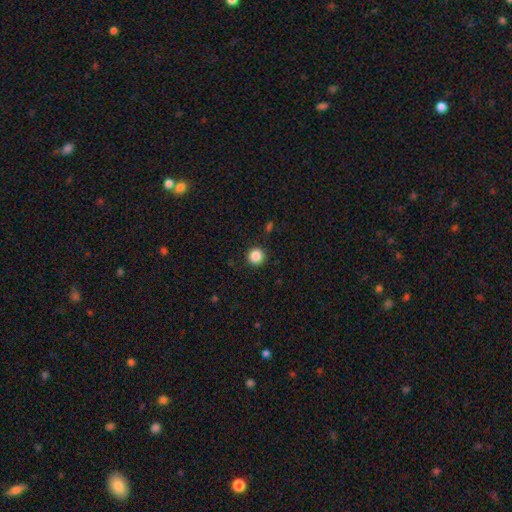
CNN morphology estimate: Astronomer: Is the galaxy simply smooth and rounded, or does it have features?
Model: smooth — 86%.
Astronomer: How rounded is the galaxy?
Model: round — 95%.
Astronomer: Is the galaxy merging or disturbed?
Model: none — 92%.